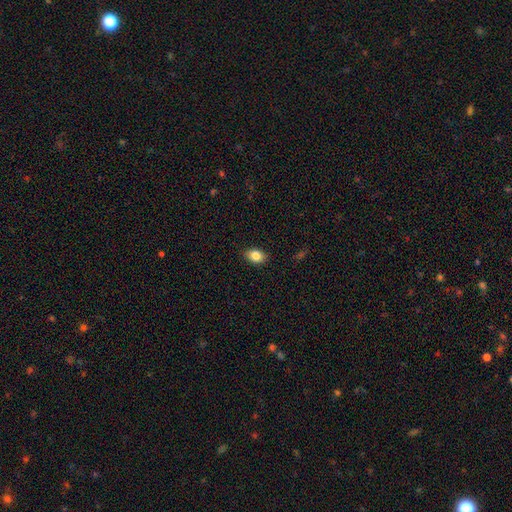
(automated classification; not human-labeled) smooth-or-featured: smooth: 84% | star or artifact: 9% | featured or disk: 7%
  how-rounded: in between: 78% | round: 20% | cigar-shaped: 1%
  merging: none: 88% | minor disturbance: 9% | major disturbance: 2% | merger: 1%